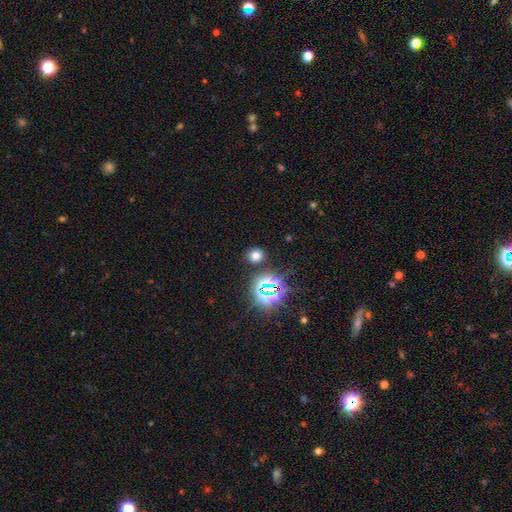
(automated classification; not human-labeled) The model was most divided on "smooth or featured": smooth: 65%, star or artifact: 29%, featured or disk: 7%. More confident: merging — none (85%); how rounded — round (77%).